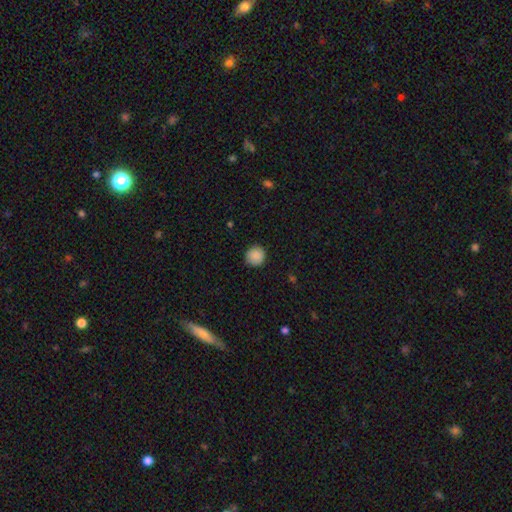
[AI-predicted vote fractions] Smooth or featured? smooth (88%)
How rounded? round (93%)
Merging? none (89%)